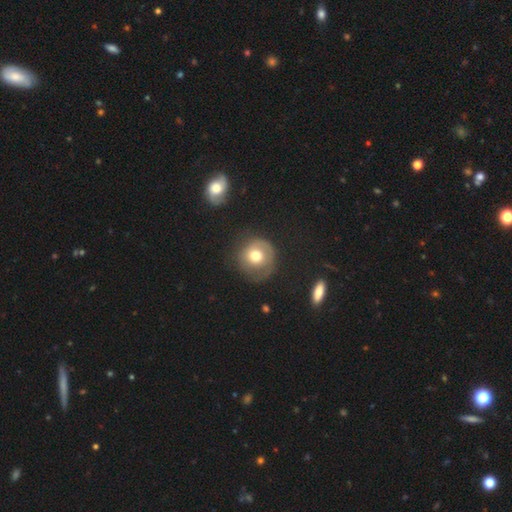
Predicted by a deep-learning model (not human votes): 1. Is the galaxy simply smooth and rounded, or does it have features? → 57% smooth, 35% featured or disk, 9% star or artifact.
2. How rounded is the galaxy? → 88% round, 11% in between, 1% cigar-shaped.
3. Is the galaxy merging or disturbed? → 59% none, 21% minor disturbance, 17% major disturbance, 2% merger.